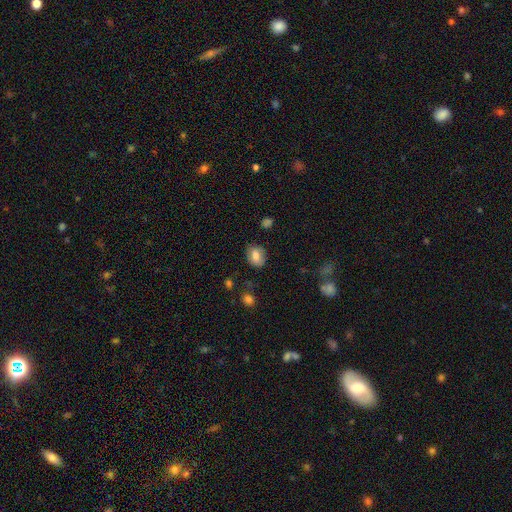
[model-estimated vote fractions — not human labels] Overall: smooth (71%). How rounded: in between (62%; round 36%). Merging: none (77%).